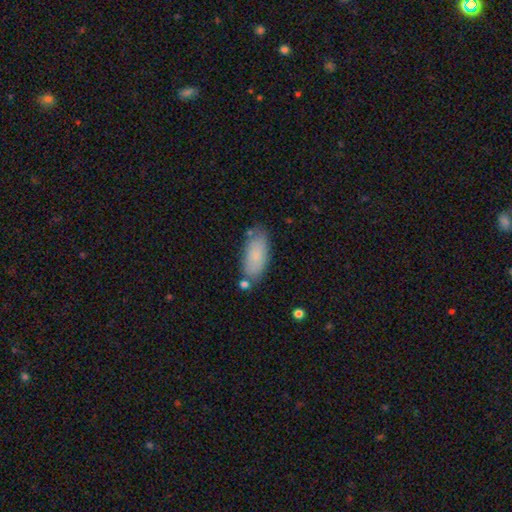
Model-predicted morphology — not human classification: Smooth or featured? Predicted: smooth (p=0.81). How rounded? Predicted: in between (p=0.87). Merging? Predicted: none (p=0.71).